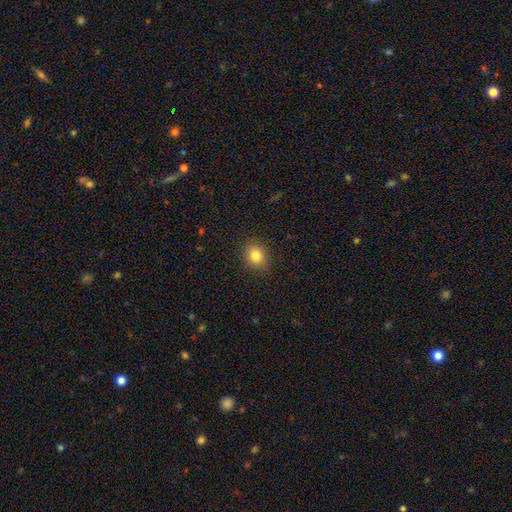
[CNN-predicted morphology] type=smooth (83%); roundness=round (72%); merging=none (89%).